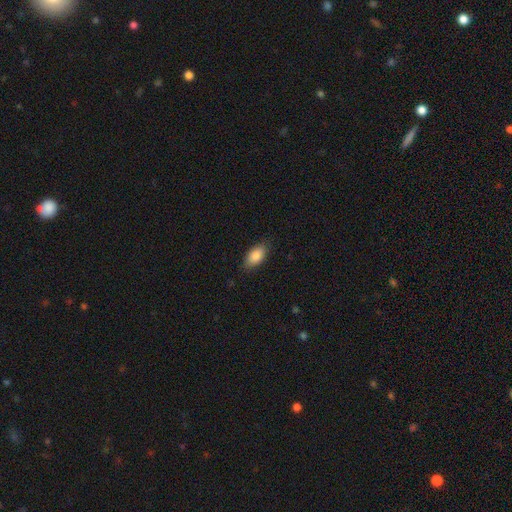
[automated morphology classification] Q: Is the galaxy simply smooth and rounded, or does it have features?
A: smooth — 87%.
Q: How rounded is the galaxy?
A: in between — 92%.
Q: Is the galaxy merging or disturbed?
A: none — 83%.